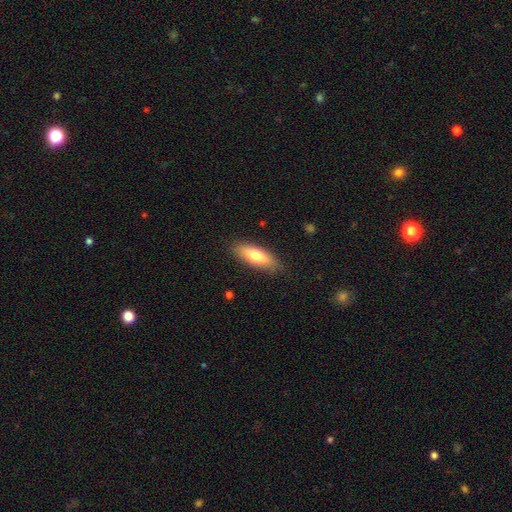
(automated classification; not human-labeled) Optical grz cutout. It shows a smooth galaxy with no disk features (72%) that is in between round and cigar-shaped (62%). Merging: none (85%).